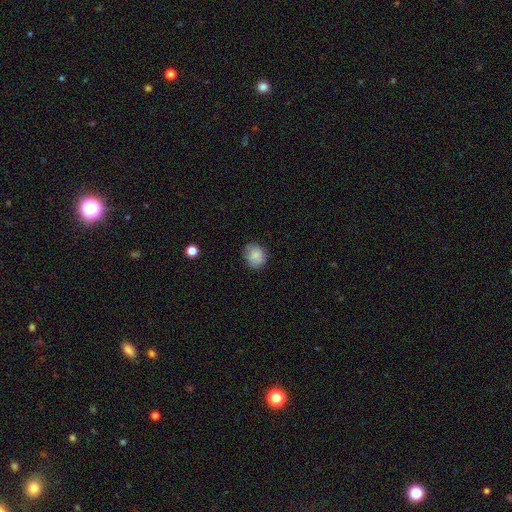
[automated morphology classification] Smooth or featured?
  - smooth: 86% *
  - star or artifact: 8%
  - featured or disk: 6%
How rounded?
  - round: 69% *
  - in between: 30%
  - cigar-shaped: 1%
Merging?
  - none: 80% *
  - minor disturbance: 15%
  - major disturbance: 3%
  - merger: 1%